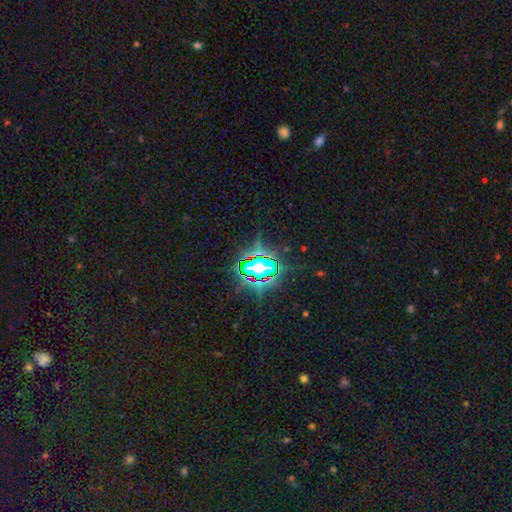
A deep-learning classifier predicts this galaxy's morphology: A star or artifact, not a galaxy (83%).